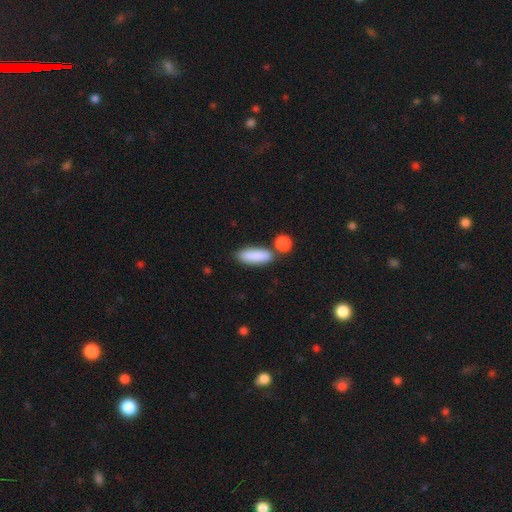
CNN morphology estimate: This appears to be a smooth galaxy with no disk features (88%) that is in between round and cigar-shaped (59%). Merging: none (67%).